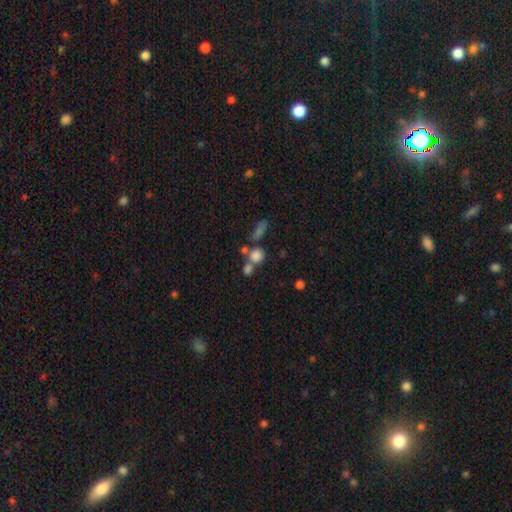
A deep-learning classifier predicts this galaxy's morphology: Smooth or featured: smooth — 77% (star or artifact — 13%)
How rounded: round — 79% (in between — 19%)
Merging: none — 46% (merger — 40%)